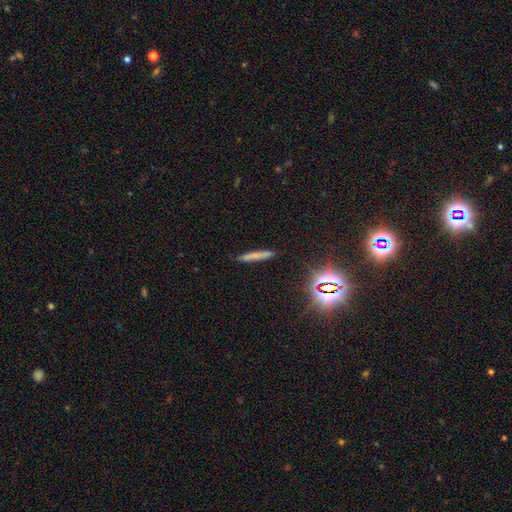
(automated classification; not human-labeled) smooth_or_featured: smooth (p=0.64) [alt: featured or disk p=0.19]
how_rounded: cigar-shaped (p=0.94) [alt: in between p=0.04]
merging: none (p=0.87) [alt: minor disturbance p=0.09]